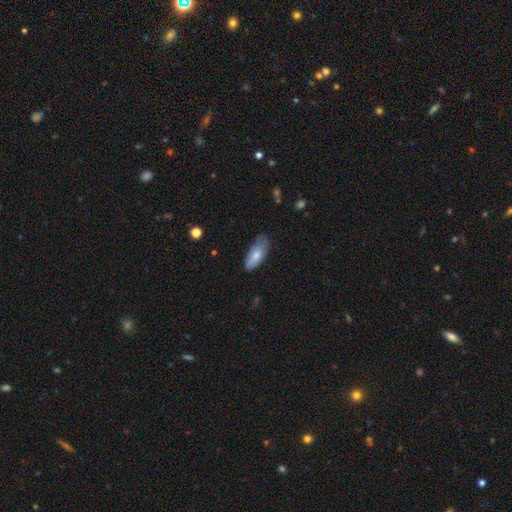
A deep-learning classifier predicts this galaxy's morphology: This appears to be a smooth galaxy with no disk features (75%) that is in between round and cigar-shaped (83%). Merging: none (59%).